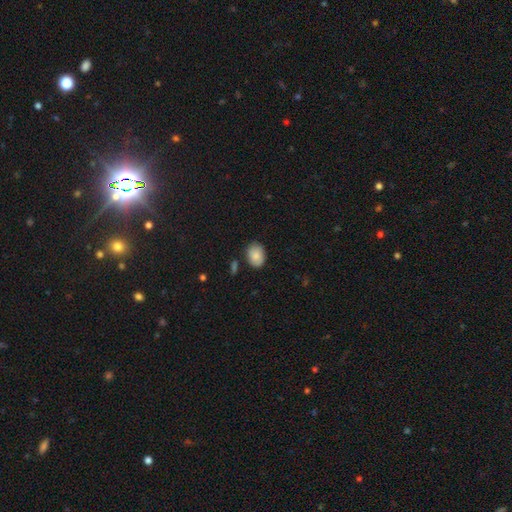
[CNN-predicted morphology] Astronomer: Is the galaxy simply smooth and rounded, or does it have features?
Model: smooth — 85%.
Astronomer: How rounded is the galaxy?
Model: in between — 75%.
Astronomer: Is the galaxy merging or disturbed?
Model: none — 79%.